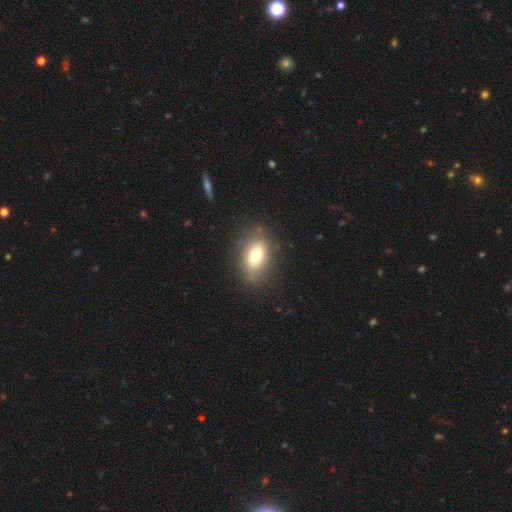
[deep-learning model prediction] Q: Smooth or featured?
A: smooth (75%); runner-up: featured or disk (16%)
Q: How rounded?
A: in between (85%); runner-up: round (12%)
Q: Merging?
A: none (82%); runner-up: minor disturbance (13%)